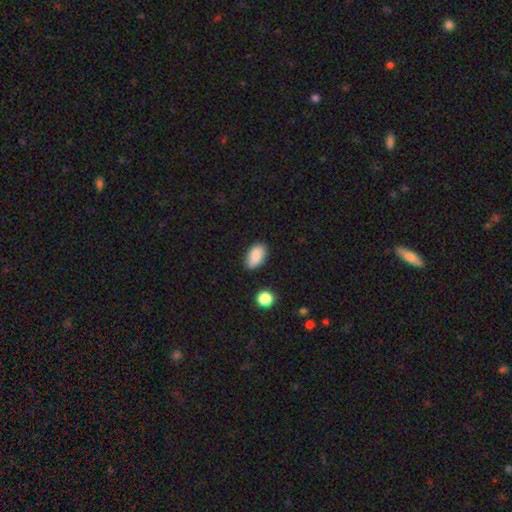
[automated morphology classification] Q: Smooth or featured?
A: smooth (85%); runner-up: star or artifact (9%)
Q: How rounded?
A: in between (92%); runner-up: round (6%)
Q: Merging?
A: none (75%); runner-up: minor disturbance (19%)